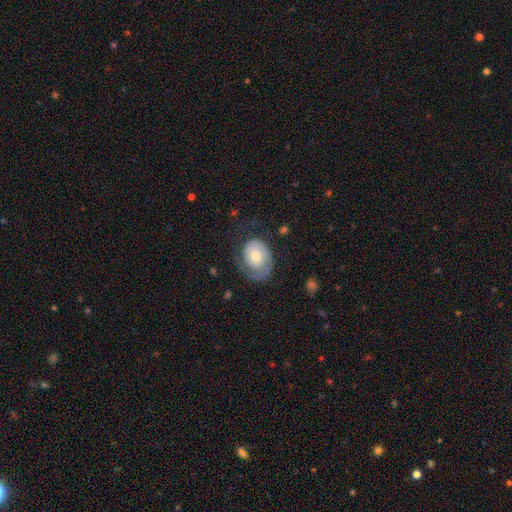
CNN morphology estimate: The model was most divided on "smooth or featured": featured or disk: 54%, smooth: 40%, star or artifact: 7%. Remaining: edge-on disk — no (96%); bar — no (80%); spiral arms — yes (74%); bulge size — moderate (57%); merging — none (49%).